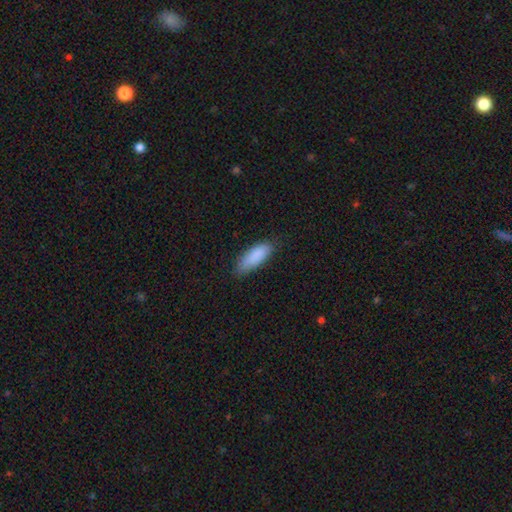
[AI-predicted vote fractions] Smooth or featured?
  - smooth: 88% *
  - featured or disk: 6%
  - star or artifact: 6%
How rounded?
  - in between: 64% *
  - cigar-shaped: 34%
  - round: 2%
Merging?
  - none: 75% *
  - minor disturbance: 20%
  - major disturbance: 3%
  - merger: 1%